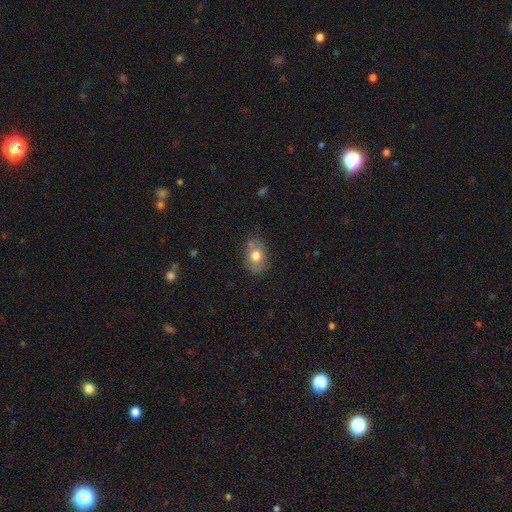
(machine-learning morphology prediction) The model was most divided on "merging": none: 70%, minor disturbance: 21%, merger: 5%, major disturbance: 4%. More confident: how rounded — in between (76%); smooth or featured — smooth (76%).